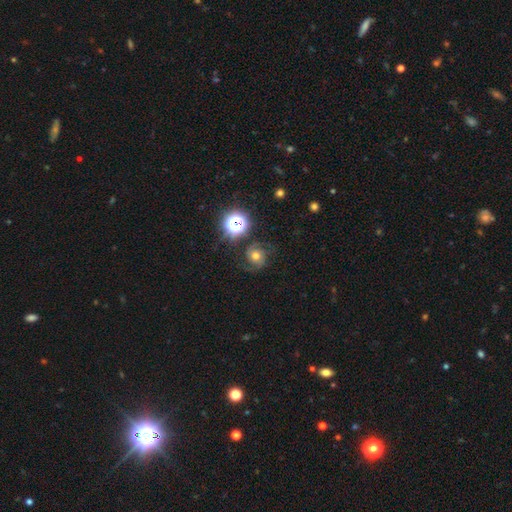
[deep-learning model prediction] A featured or disk galaxy (46%).

Vote fractions:
- Smooth or featured? featured or disk: 46% / smooth: 35% / star or artifact: 20%
- Merging? none: 63% / minor disturbance: 19% / major disturbance: 15% / merger: 3%